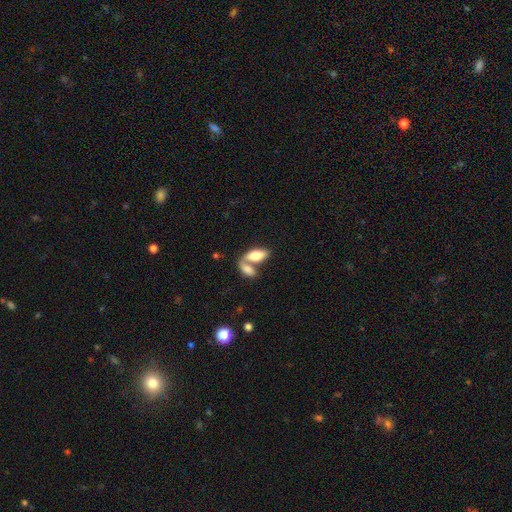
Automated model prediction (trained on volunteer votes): Morphology: type=smooth (74%); roundness=in between (87%); merging=merger (58%).